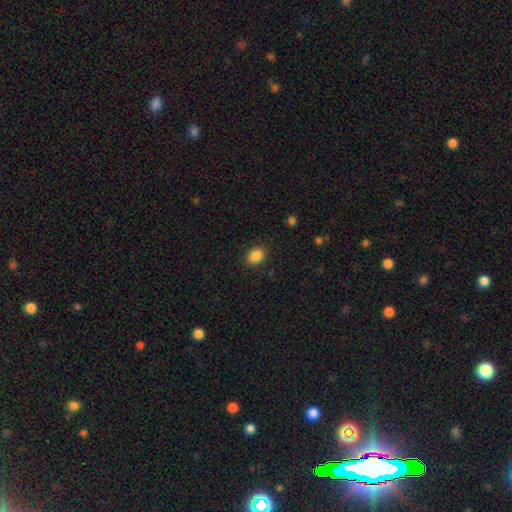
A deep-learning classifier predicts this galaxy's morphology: Smooth or featured: smooth — 87% (star or artifact — 9%)
How rounded: in between — 65% (round — 34%)
Merging: none — 88% (minor disturbance — 9%)